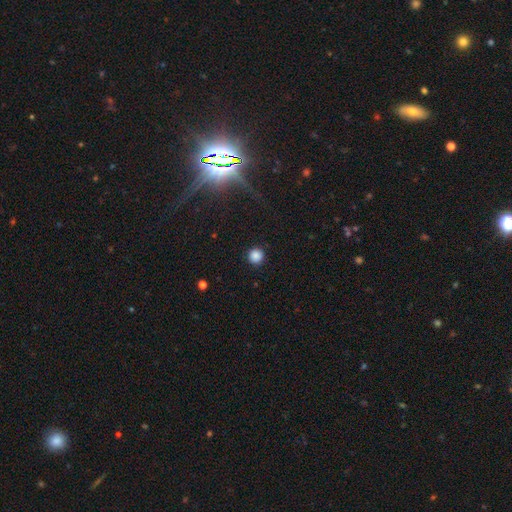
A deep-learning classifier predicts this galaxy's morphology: Smooth or featured: smooth — 86% (star or artifact — 11%)
How rounded: round — 95% (in between — 4%)
Merging: none — 91% (minor disturbance — 6%)